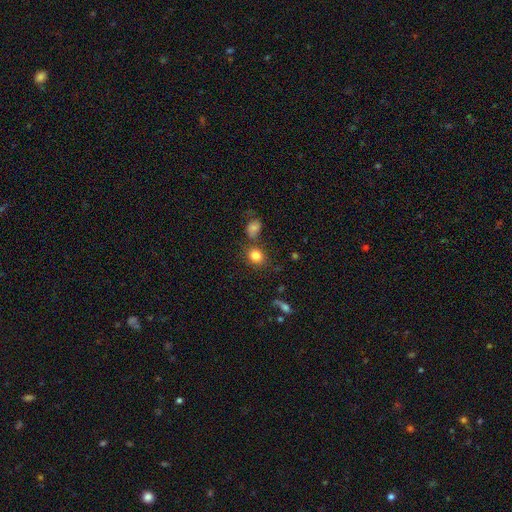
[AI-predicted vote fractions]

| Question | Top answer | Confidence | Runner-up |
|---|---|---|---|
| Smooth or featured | smooth | 82% | star or artifact (11%) |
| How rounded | round | 70% | in between (29%) |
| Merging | none | 70% | merger (14%) |